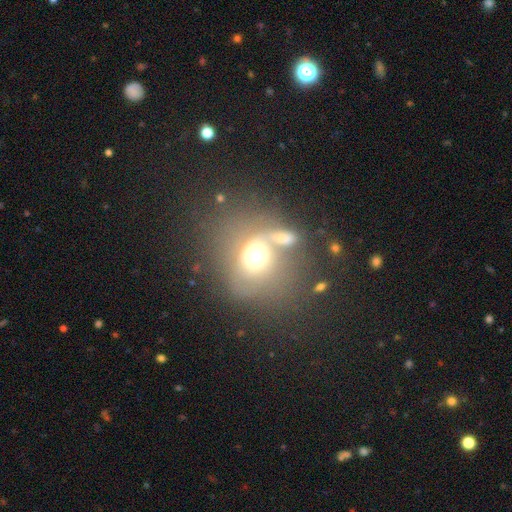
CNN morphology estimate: The model was most divided on "merging": merger: 39%, none: 31%, major disturbance: 17%, minor disturbance: 14%. More confident: how rounded — round (57%); smooth or featured — smooth (53%).